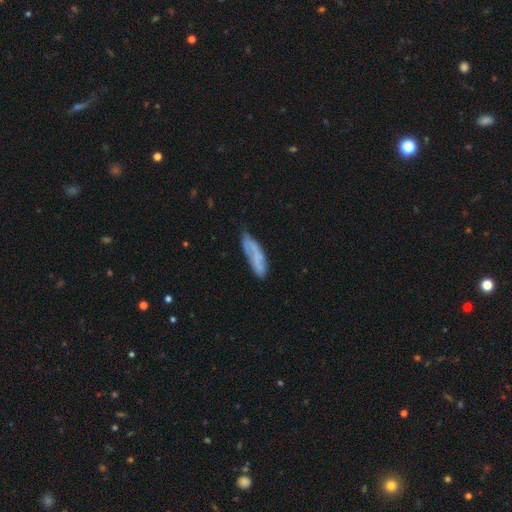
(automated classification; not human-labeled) This is possibly a smooth galaxy (54%). How rounded: likely cigar-shaped (61%). Merging: possibly none (58%).